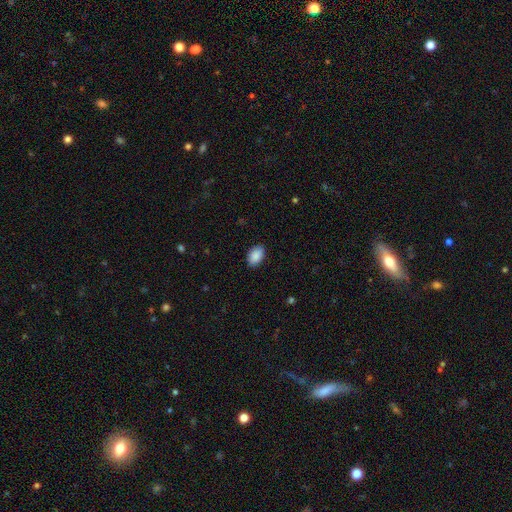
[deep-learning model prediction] A smooth galaxy with no disk features (90%) that is in between round and cigar-shaped (91%). Merging: none (87%).